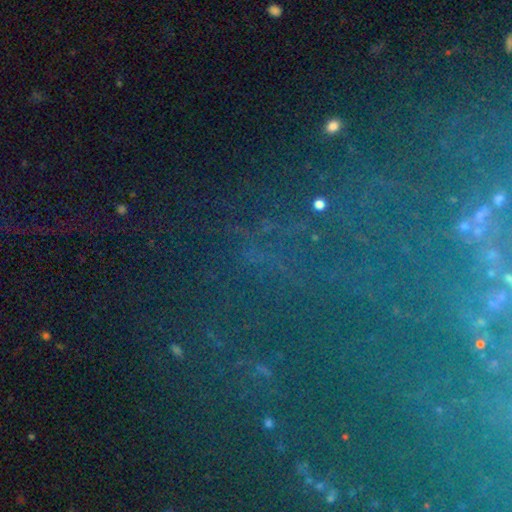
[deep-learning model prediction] smooth-or-featured: star or artifact: 78% | smooth: 12% | featured or disk: 10%